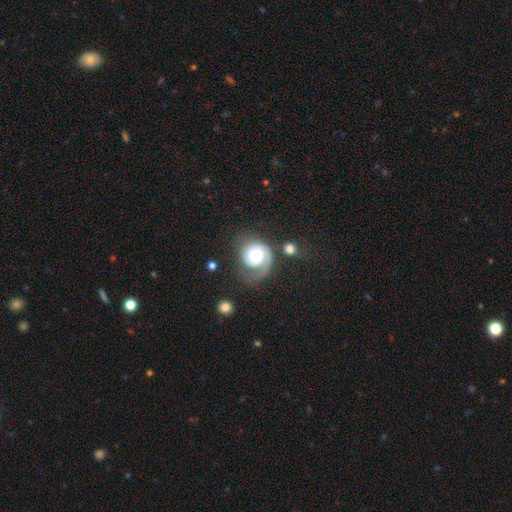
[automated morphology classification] Smooth or featured?
  - featured or disk: 72% *
  - smooth: 22%
  - star or artifact: 6%
Edge-on disk?
  - no: 98% *
  - yes: 2%
Bar?
  - no: 69% *
  - weak: 26%
  - strong: 5%
Spiral arms?
  - yes: 93% *
  - no: 7%
Spiral winding?
  - tight: 51% *
  - medium: 32%
  - loose: 17%
Spiral arm count?
  - 1: 75% *
  - 2: 17%
  - can't tell: 5%
  - 3: 1%
  - 4: 1%
  - more than 4: 1%
Bulge size?
  - large: 41% *
  - moderate: 38%
  - small: 10%
  - dominant: 8%
  - none: 3%
Merging?
  - none: 49% *
  - major disturbance: 26%
  - minor disturbance: 20%
  - merger: 4%